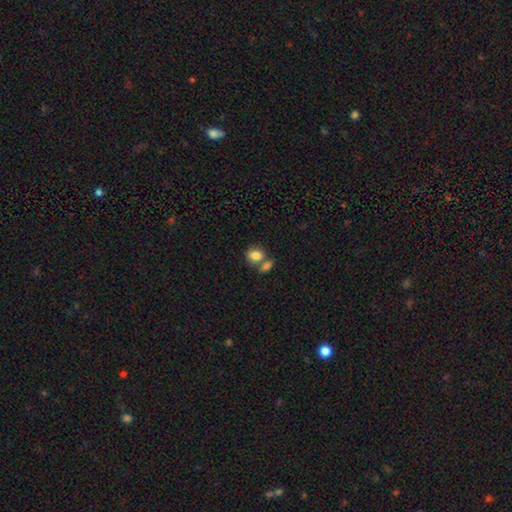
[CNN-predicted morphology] A smooth galaxy with no disk features (82%) that is in between round and cigar-shaped (50%). Merging: none (44%).